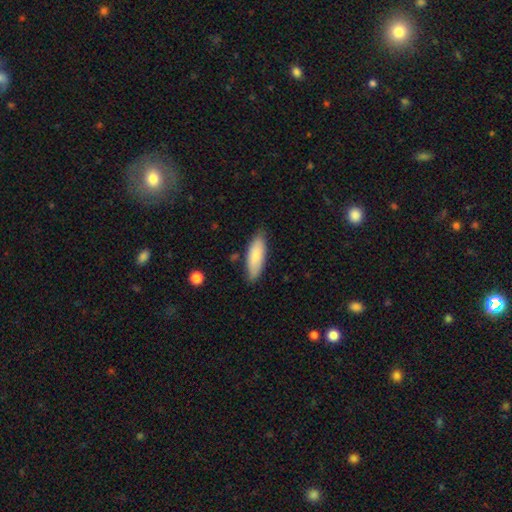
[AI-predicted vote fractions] Smooth or featured?
  - smooth: 78% *
  - featured or disk: 16%
  - star or artifact: 6%
How rounded?
  - in between: 66% *
  - cigar-shaped: 32%
  - round: 2%
Merging?
  - none: 78% *
  - minor disturbance: 17%
  - major disturbance: 3%
  - merger: 2%